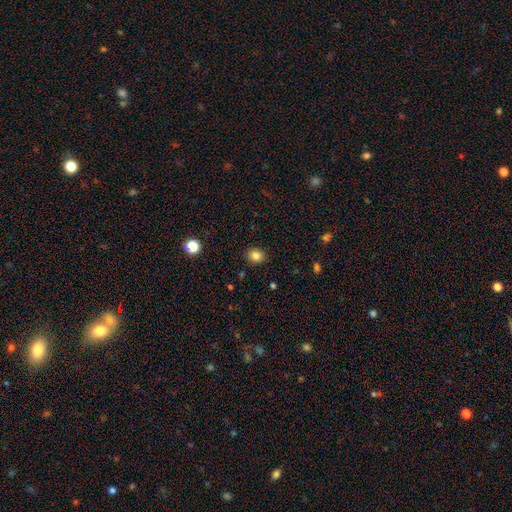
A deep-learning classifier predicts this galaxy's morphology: smooth-or-featured: smooth: 83% | star or artifact: 11% | featured or disk: 6%
  how-rounded: round: 78% | in between: 21% | cigar-shaped: 1%
  merging: none: 90% | minor disturbance: 7% | major disturbance: 2% | merger: 1%